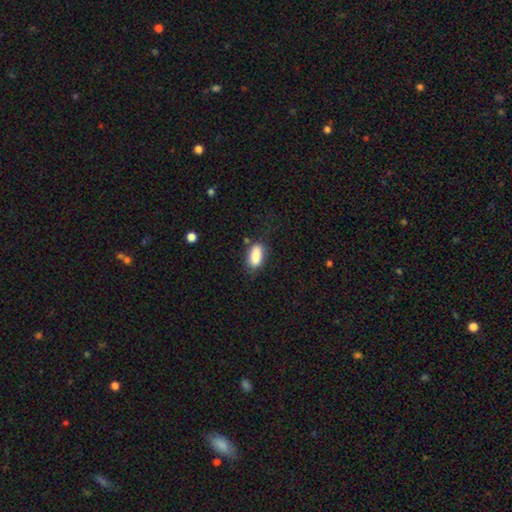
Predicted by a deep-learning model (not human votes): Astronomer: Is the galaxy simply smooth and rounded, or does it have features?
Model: smooth — 87%.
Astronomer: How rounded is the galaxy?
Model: in between — 86%.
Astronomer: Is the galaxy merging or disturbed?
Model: none — 71%.